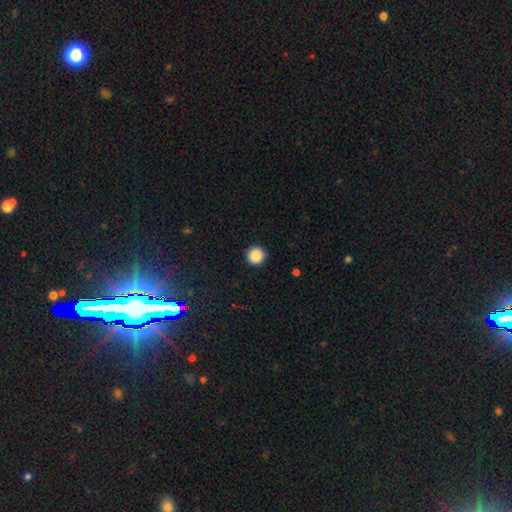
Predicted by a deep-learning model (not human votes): Smooth or featured? Predicted: smooth (p=0.88). How rounded? Predicted: round (p=0.95). Merging? Predicted: none (p=0.92).